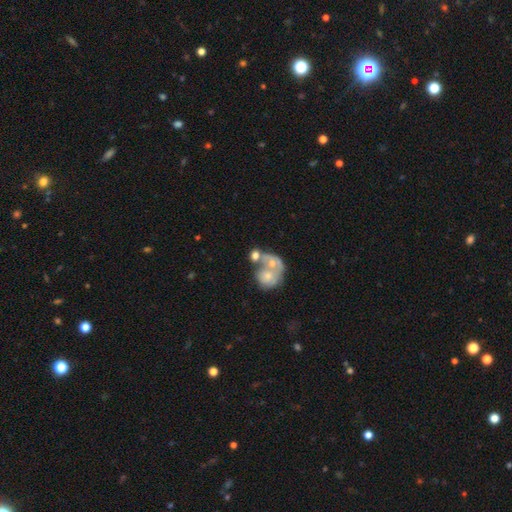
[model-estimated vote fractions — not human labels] Overall: smooth (52%; featured or disk 39%). How rounded: round (57%; in between 41%). Merging: merger (65%).